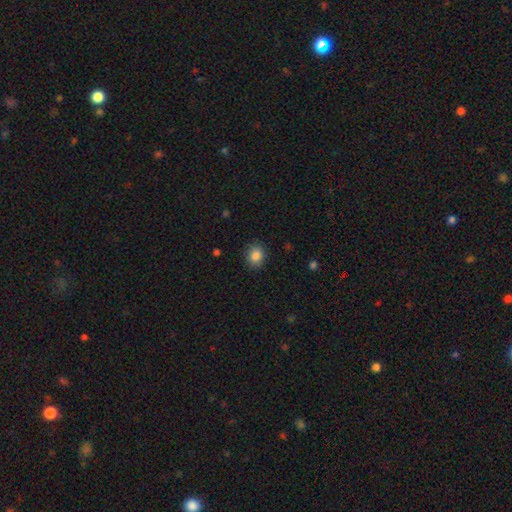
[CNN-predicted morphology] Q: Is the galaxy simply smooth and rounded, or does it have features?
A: smooth — 86%.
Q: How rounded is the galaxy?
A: round — 61%.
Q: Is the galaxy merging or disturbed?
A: none — 87%.